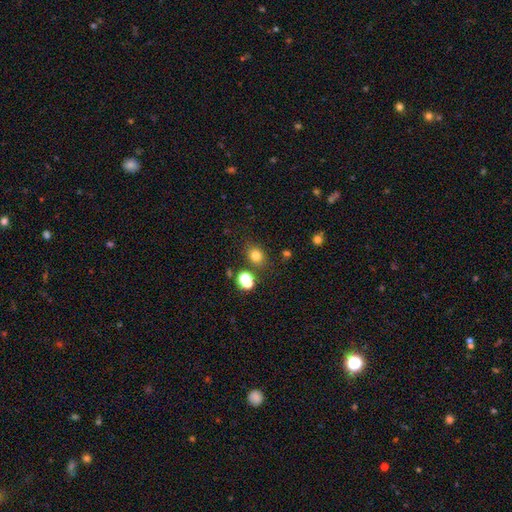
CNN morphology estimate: smooth-or-featured: smooth: 77% | star or artifact: 16% | featured or disk: 7%
  how-rounded: round: 62% | in between: 37% | cigar-shaped: 1%
  merging: none: 77% | minor disturbance: 11% | merger: 8% | major disturbance: 4%